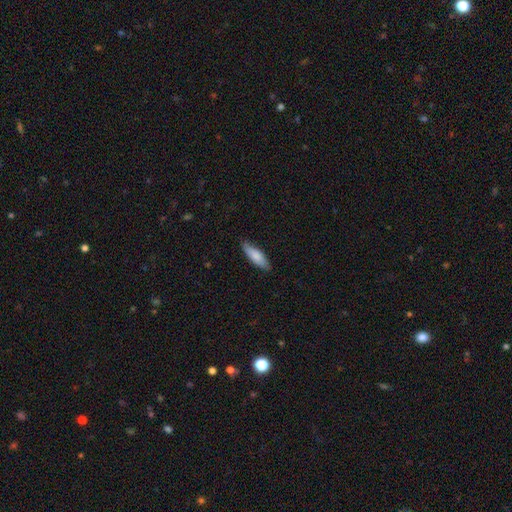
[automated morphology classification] Smooth or featured? smooth (79%)
How rounded? in between (50%)
Merging? none (80%)